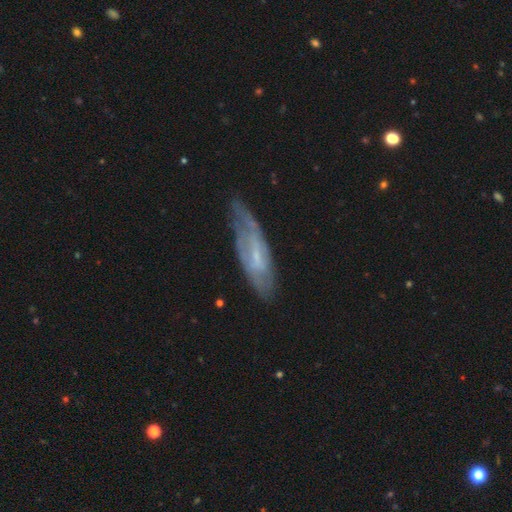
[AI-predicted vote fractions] The model was most divided on "merging": none: 59%, minor disturbance: 27%, major disturbance: 11%, merger: 2%. More confident: edge-on disk — no (72%); smooth or featured — featured or disk (67%).